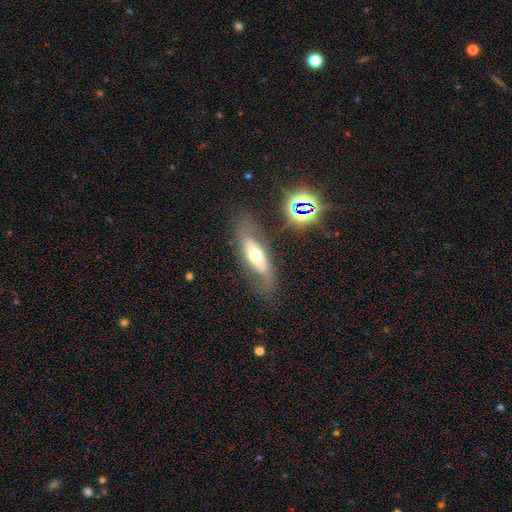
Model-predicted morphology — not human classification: A featured or disk galaxy (53%).

Vote fractions:
- Smooth or featured? featured or disk: 53% / smooth: 37% / star or artifact: 10%
- Edge-on disk? no: 68% / yes: 32%
- Merging? none: 67% / minor disturbance: 18% / major disturbance: 11% / merger: 4%